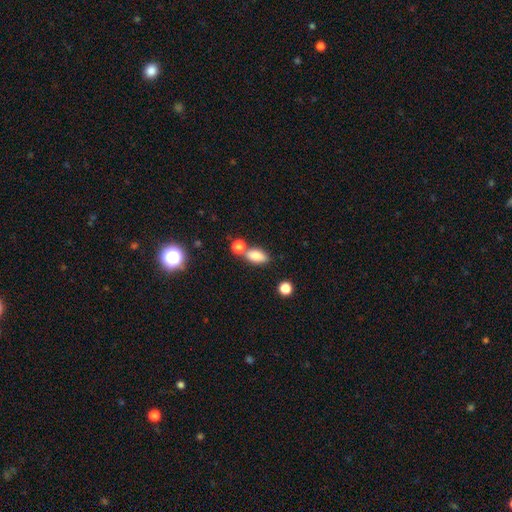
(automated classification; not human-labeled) The model was most divided on "merging": none: 58%, merger: 25%, minor disturbance: 13%, major disturbance: 4%. More confident: how rounded — in between (85%); smooth or featured — smooth (83%).